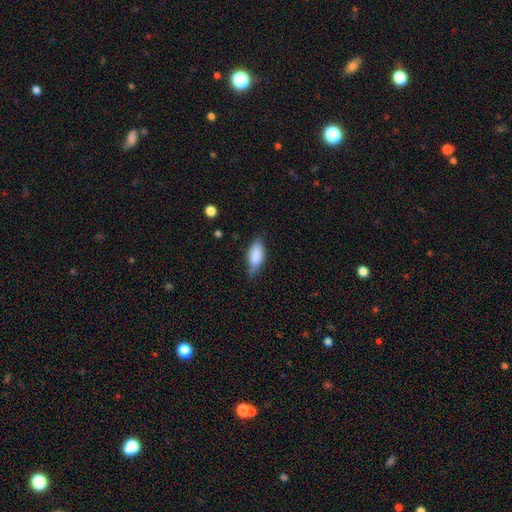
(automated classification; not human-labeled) Smooth or featured?
  - smooth: 80% *
  - featured or disk: 14%
  - star or artifact: 7%
How rounded?
  - in between: 84% *
  - cigar-shaped: 13%
  - round: 3%
Merging?
  - none: 56% *
  - minor disturbance: 35%
  - major disturbance: 7%
  - merger: 2%